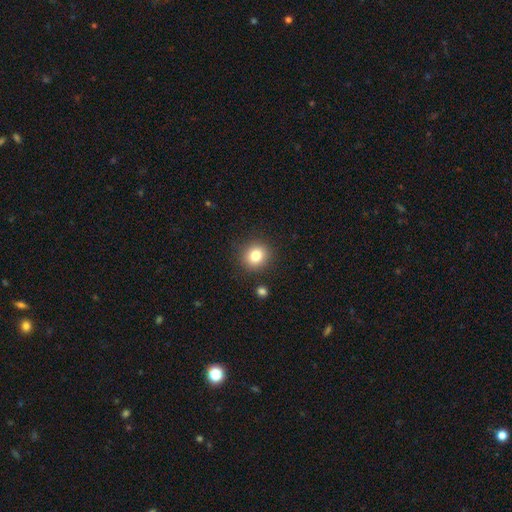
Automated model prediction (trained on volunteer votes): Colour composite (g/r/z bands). It shows a smooth galaxy with no disk features (82%) that is round (83%). Merging: none (88%).